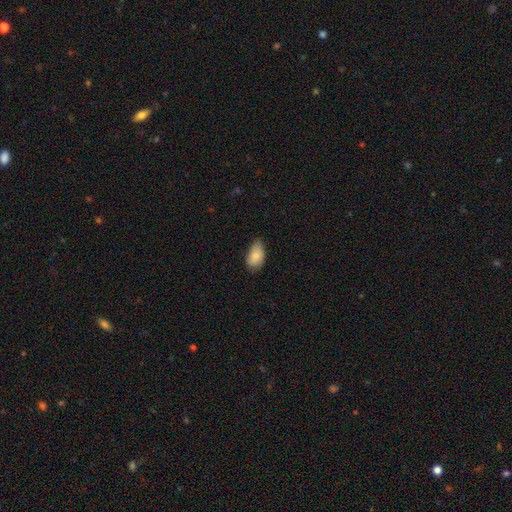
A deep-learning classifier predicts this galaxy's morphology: Q: Smooth or featured?
A: smooth (85%); runner-up: featured or disk (8%)
Q: How rounded?
A: in between (92%); runner-up: round (6%)
Q: Merging?
A: none (57%); runner-up: minor disturbance (36%)